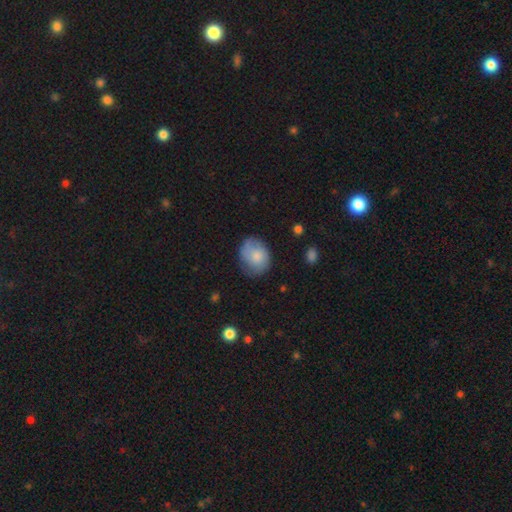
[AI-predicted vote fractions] Q: Smooth or featured?
A: smooth (69%); runner-up: featured or disk (24%)
Q: How rounded?
A: in between (50%); runner-up: round (49%)
Q: Merging?
A: none (62%); runner-up: minor disturbance (28%)